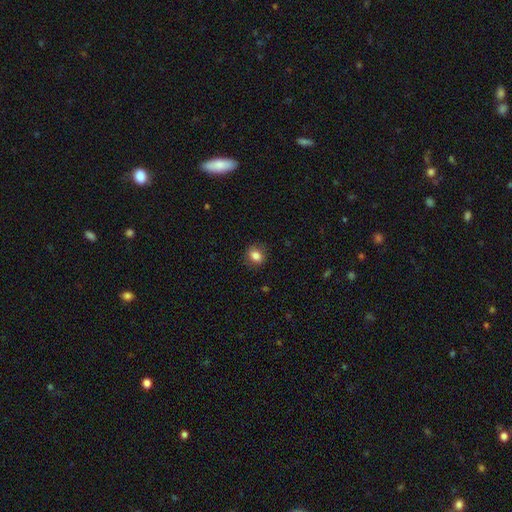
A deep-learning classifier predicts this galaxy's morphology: smooth 83%, star or artifact 9%, featured or disk 7%. Down the decision tree: how rounded — round (60%); merging — none (84%).